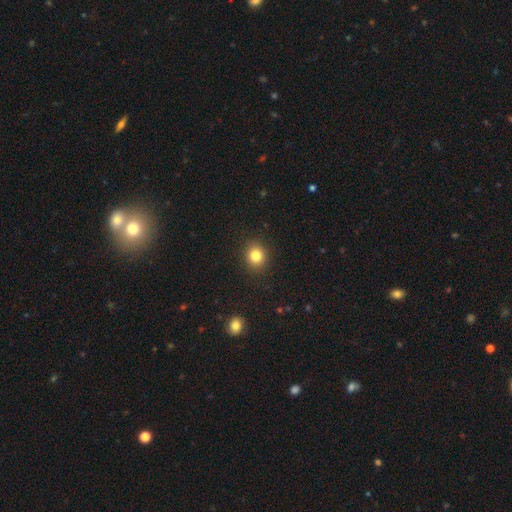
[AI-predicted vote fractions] This appears to be a smooth galaxy with no disk features (83%) that is round (79%). Merging: none (90%).